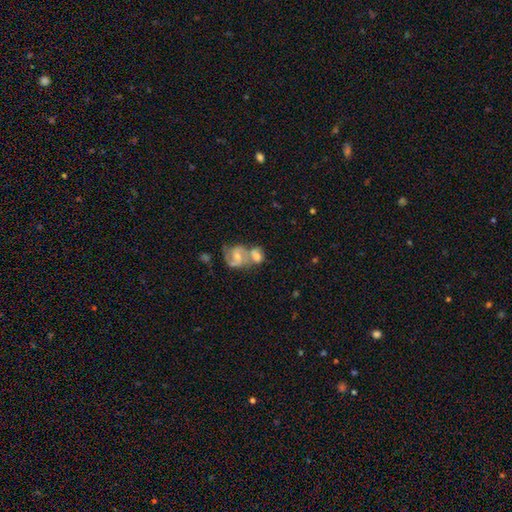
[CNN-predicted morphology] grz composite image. It shows a featured or disk galaxy (64%) with a weak bar (45%), 2 (81%) medium (54%) spiral arms (88%) and a small central bulge (45%). Merging: merger (57%).